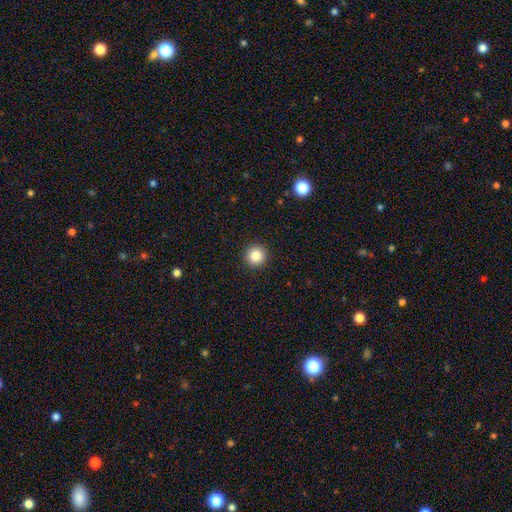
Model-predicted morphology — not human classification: smooth 85%, star or artifact 10%, featured or disk 5%. Down the decision tree: how rounded — round (96%); merging — none (93%).